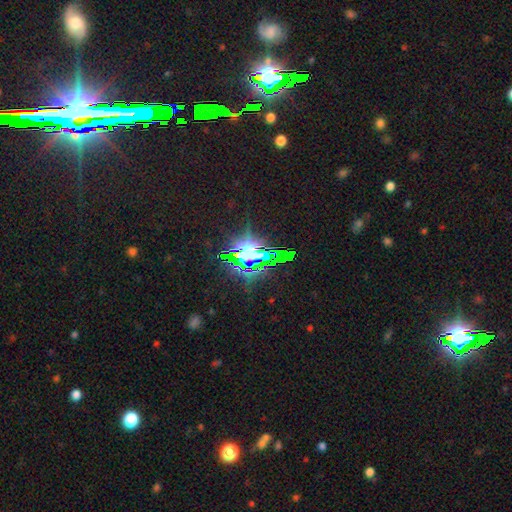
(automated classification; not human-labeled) star or artifact 76%, featured or disk 12%, smooth 11%.